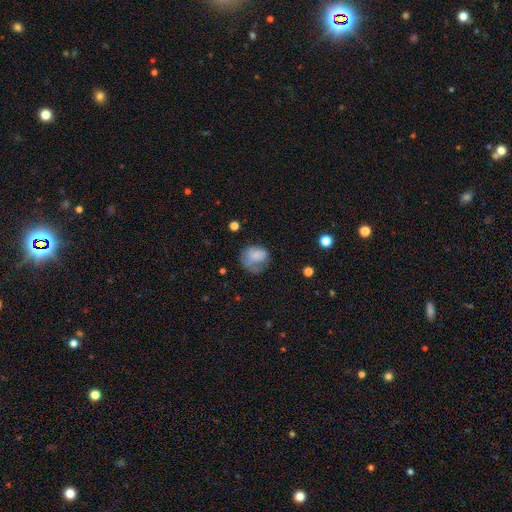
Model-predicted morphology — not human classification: Smooth or featured?
  - smooth: 72% *
  - featured or disk: 18%
  - star or artifact: 10%
How rounded?
  - round: 54% *
  - in between: 45%
  - cigar-shaped: 1%
Merging?
  - none: 37% *
  - minor disturbance: 31%
  - major disturbance: 30%
  - merger: 3%